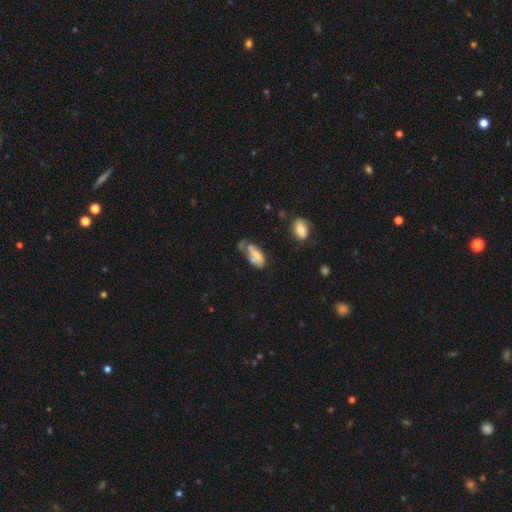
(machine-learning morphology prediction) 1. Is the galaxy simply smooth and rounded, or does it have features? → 63% smooth, 27% featured or disk, 9% star or artifact.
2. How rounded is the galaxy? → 84% in between, 13% cigar-shaped, 3% round.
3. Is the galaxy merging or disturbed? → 28% none (tied), 28% minor disturbance (tied), 25% major disturbance, 19% merger.